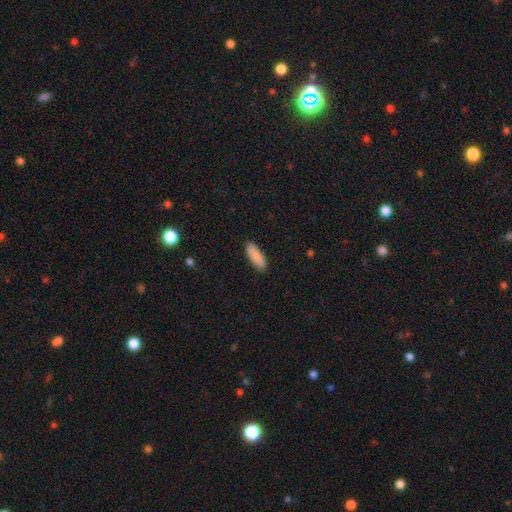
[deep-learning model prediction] Overall: smooth (89%). How rounded: in between (60%; cigar-shaped 38%). Merging: none (89%).